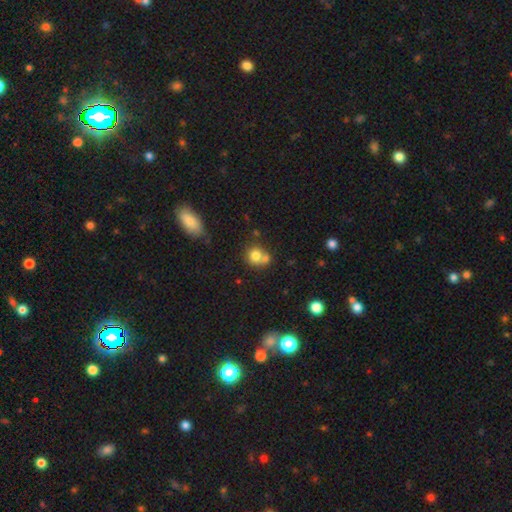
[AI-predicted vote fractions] Overall: smooth (76%). How rounded: round (81%). Merging: merger (43%; none 42%).